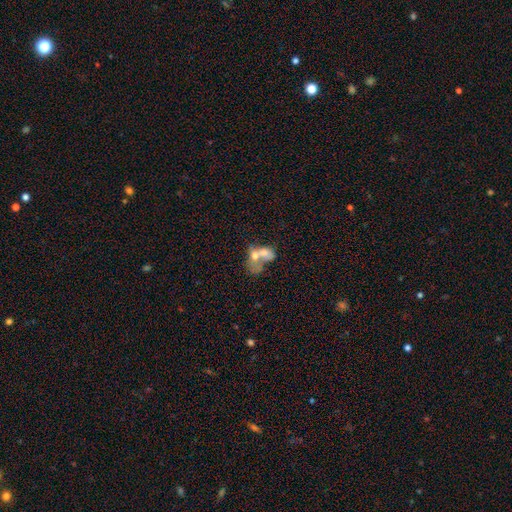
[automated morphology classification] type=smooth (53%); roundness=in between (65%); merging=merger (76%).